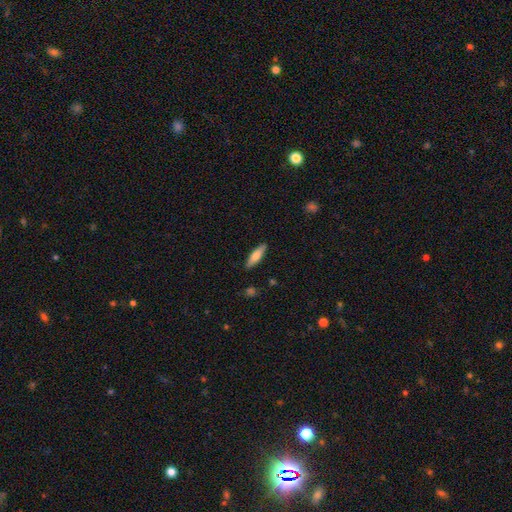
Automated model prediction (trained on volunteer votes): Overall: smooth (68%). How rounded: cigar-shaped (58%; in between 40%). Merging: none (88%).